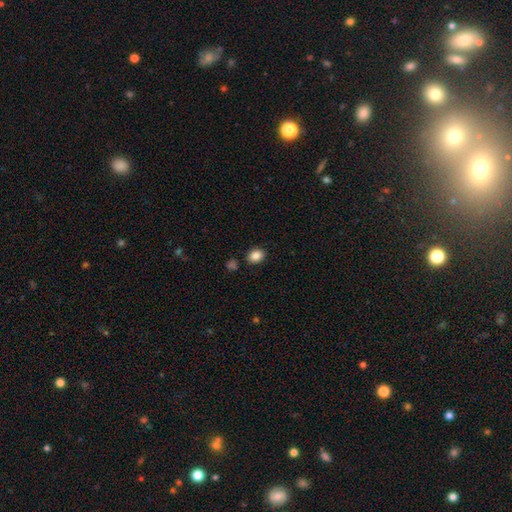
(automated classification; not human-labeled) Smooth or featured? smooth (87%)
How rounded? in between (63%)
Merging? none (85%)